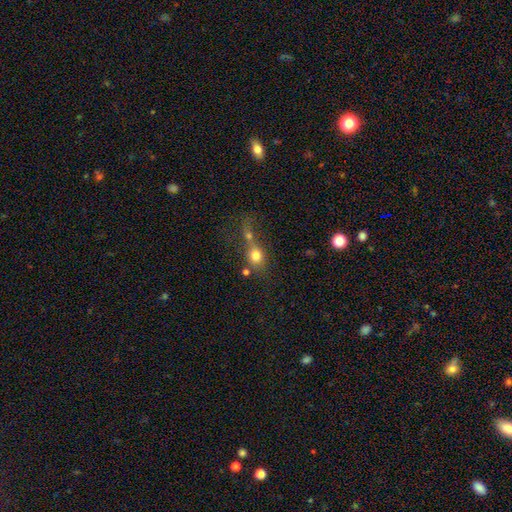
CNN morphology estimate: Smooth or featured?
  - smooth: 74% *
  - featured or disk: 13%
  - star or artifact: 13%
How rounded?
  - round: 64% *
  - in between: 33%
  - cigar-shaped: 3%
Merging?
  - merger: 49% *
  - none: 31%
  - minor disturbance: 10%
  - major disturbance: 10%